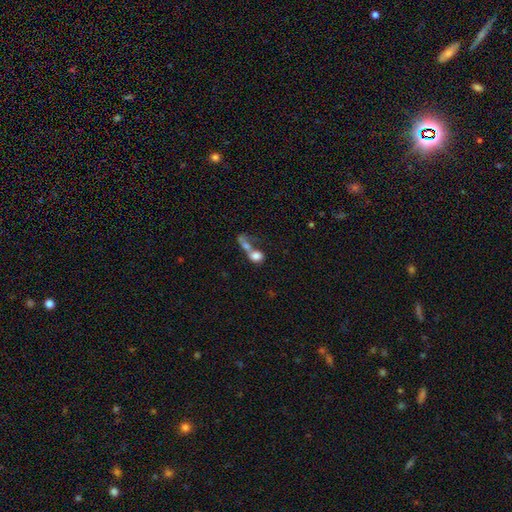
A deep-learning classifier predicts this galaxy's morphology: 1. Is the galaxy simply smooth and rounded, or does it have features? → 71% smooth, 18% featured or disk, 10% star or artifact.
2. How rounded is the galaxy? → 50% in between, 46% round, 4% cigar-shaped.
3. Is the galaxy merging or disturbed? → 67% merger, 15% none, 12% major disturbance, 6% minor disturbance.